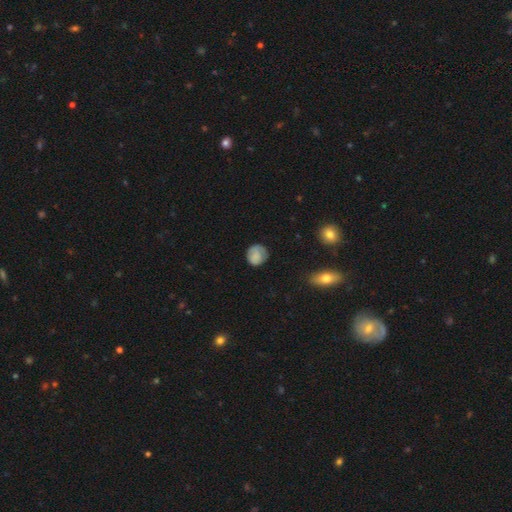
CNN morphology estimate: Overall: smooth (78%). How rounded: round (84%). Merging: none (69%).